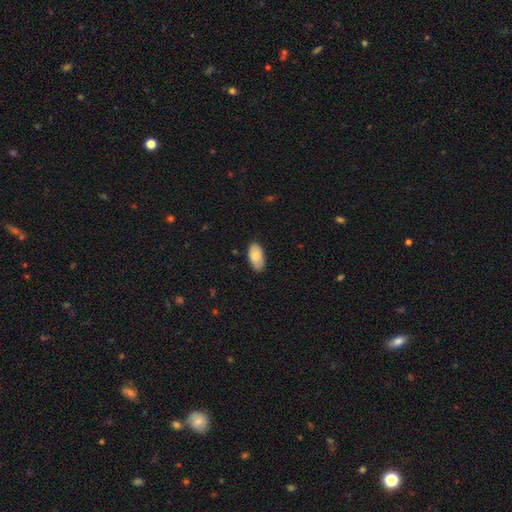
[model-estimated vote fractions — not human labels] Smooth or featured? Predicted: smooth (p=0.79). How rounded? Predicted: in between (p=0.95). Merging? Predicted: none (p=0.82).